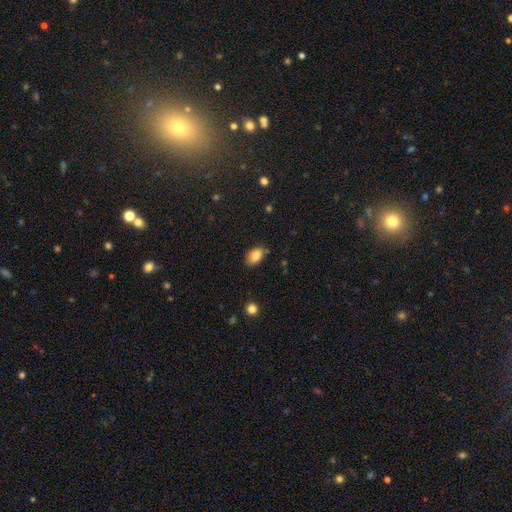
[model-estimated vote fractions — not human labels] Smooth or featured?
  - smooth: 83% *
  - featured or disk: 9%
  - star or artifact: 8%
How rounded?
  - in between: 87% *
  - round: 12%
  - cigar-shaped: 1%
Merging?
  - none: 76% *
  - minor disturbance: 19%
  - major disturbance: 3%
  - merger: 2%